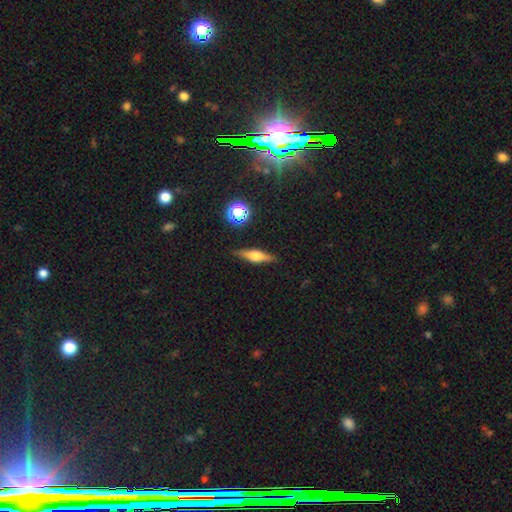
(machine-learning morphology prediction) smooth-or-featured: featured or disk: 53% | smooth: 37% | star or artifact: 9%
  disk-edge-on: yes: 94% | no: 6%
    edge-on-bulge: rounded: 87% | boxy: 10% | none: 3%
  merging: none: 87% | minor disturbance: 9% | major disturbance: 2% | merger: 2%